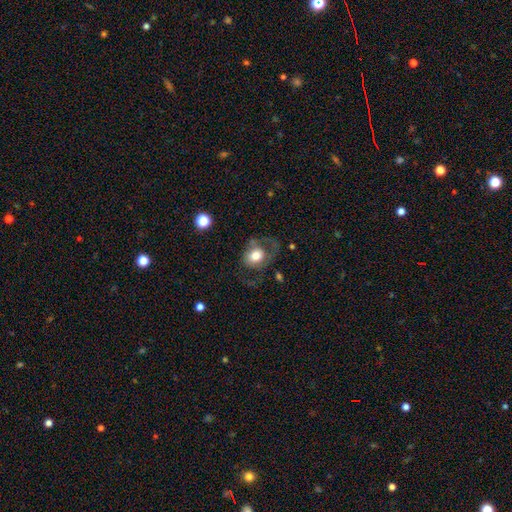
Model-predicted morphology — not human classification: A smooth galaxy with no disk features (61%) that is in between round and cigar-shaped (53%). Merging: none (40%).